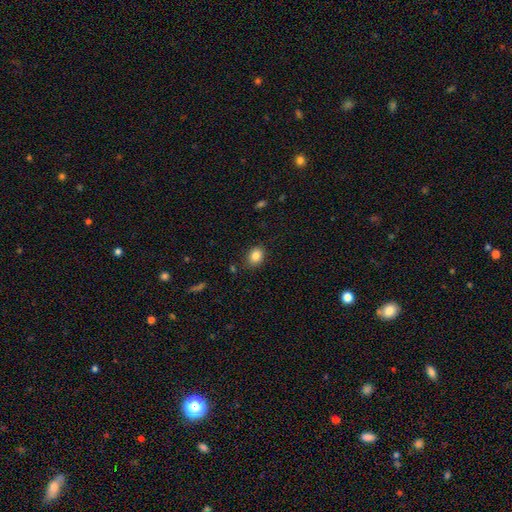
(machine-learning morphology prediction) Smooth or featured?
  - smooth: 85% *
  - star or artifact: 10%
  - featured or disk: 5%
How rounded?
  - in between: 55% *
  - round: 44%
  - cigar-shaped: 1%
Merging?
  - none: 84% *
  - minor disturbance: 11%
  - major disturbance: 3%
  - merger: 2%